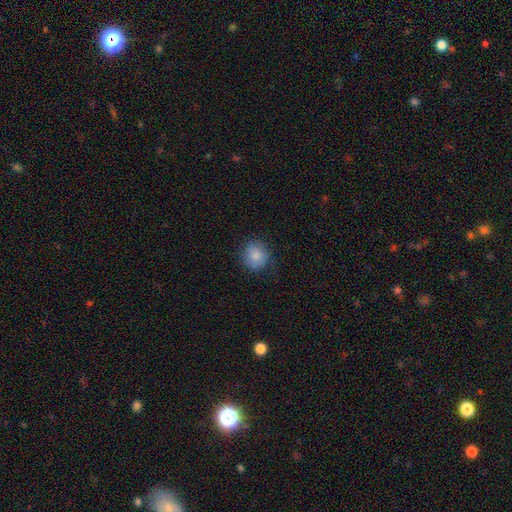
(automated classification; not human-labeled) smooth-or-featured: smooth: 85% | star or artifact: 8% | featured or disk: 7%
  how-rounded: round: 84% | in between: 15% | cigar-shaped: 1%
  merging: none: 83% | minor disturbance: 13% | major disturbance: 4% | merger: 1%